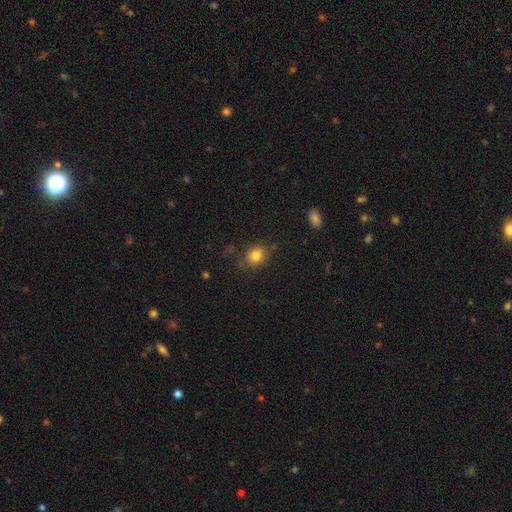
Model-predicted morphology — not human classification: Q: Smooth or featured?
A: smooth (82%); runner-up: star or artifact (12%)
Q: How rounded?
A: round (72%); runner-up: in between (27%)
Q: Merging?
A: none (76%); runner-up: minor disturbance (16%)